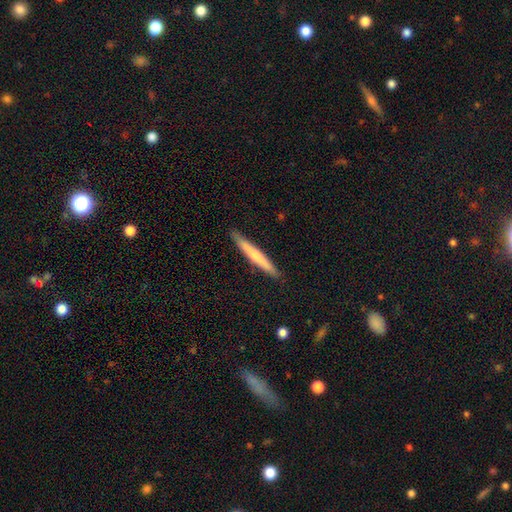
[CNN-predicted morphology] This appears to be a smooth galaxy with no disk features (64%) that is cigar-shaped (96%). Merging: none (90%).